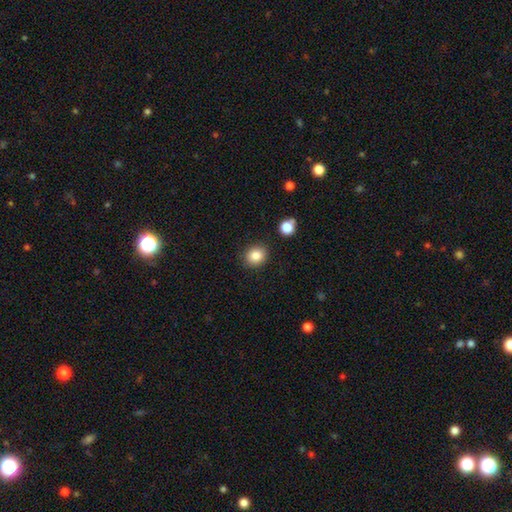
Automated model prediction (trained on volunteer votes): A smooth galaxy with no disk features (85%) that is round (74%).

Vote fractions:
- Smooth or featured? smooth: 85% / star or artifact: 10% / featured or disk: 5%
- How rounded? round: 74% / in between: 25% / cigar-shaped: 1%
- Merging? none: 87% / minor disturbance: 8% / merger: 2% / major disturbance: 2%